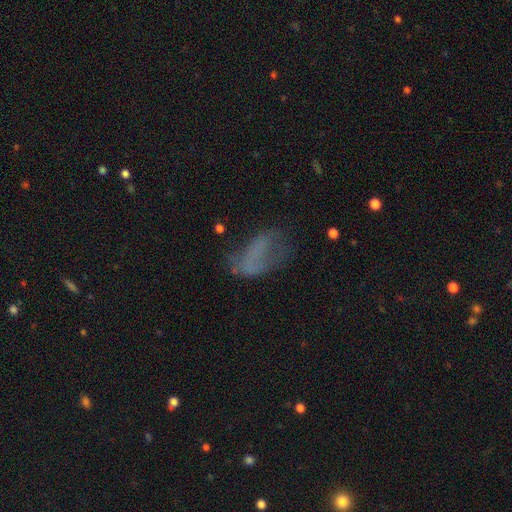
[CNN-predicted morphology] This is possibly a smooth galaxy (49%). Merging: marginally major disturbance (37%).